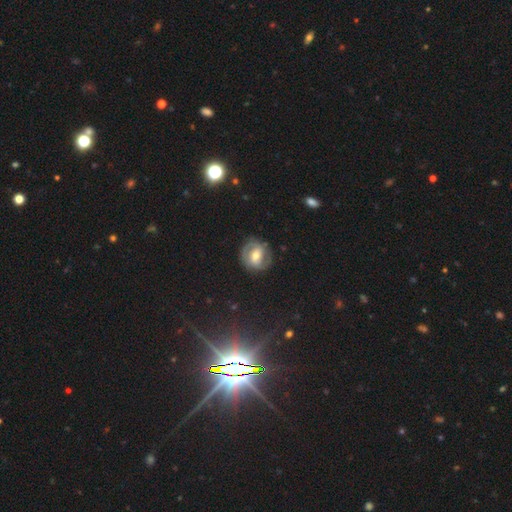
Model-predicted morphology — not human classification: type=featured or disk (64%); edge-on=no (96%); bar=weak (41%); spiral arms=yes (70%); bulge=moderate (69%); merging=none (79%).